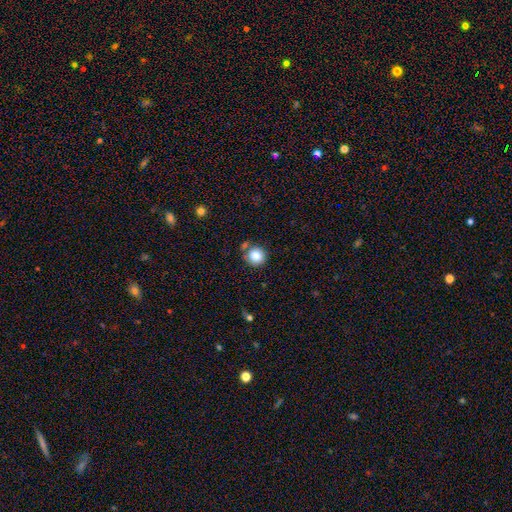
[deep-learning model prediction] A smooth galaxy with no disk features (84%) that is round (92%).

Vote fractions:
- Smooth or featured? smooth: 84% / star or artifact: 10% / featured or disk: 6%
- How rounded? round: 92% / in between: 7% / cigar-shaped: 1%
- Merging? none: 76% / minor disturbance: 12% / merger: 9% / major disturbance: 3%